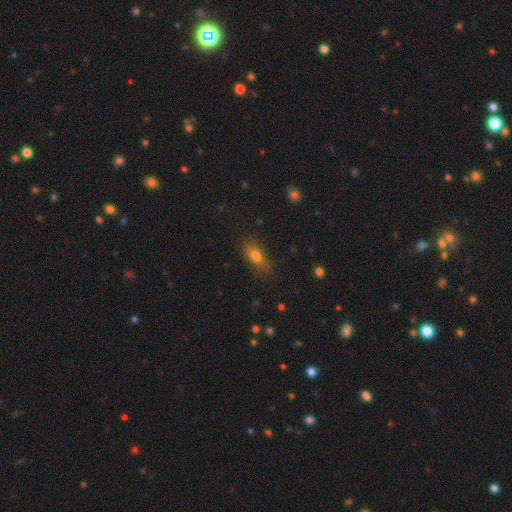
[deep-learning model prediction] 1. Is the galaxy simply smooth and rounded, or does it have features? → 76% smooth, 12% featured or disk, 12% star or artifact.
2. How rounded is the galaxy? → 77% in between, 17% cigar-shaped, 7% round.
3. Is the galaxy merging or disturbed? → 71% none, 19% minor disturbance, 7% major disturbance, 3% merger.